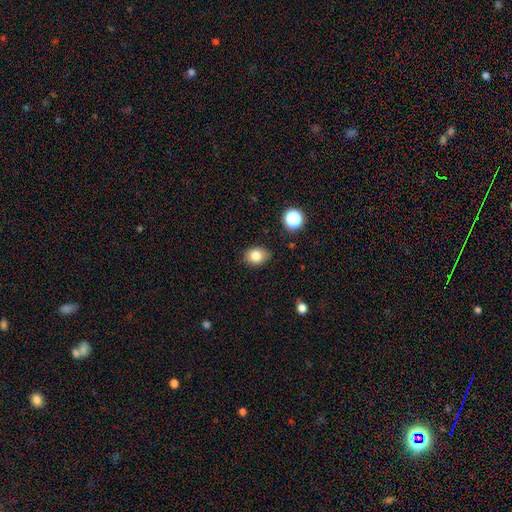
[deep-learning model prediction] smooth 82%, star or artifact 11%, featured or disk 7%. Down the decision tree: how rounded — in between (60%); merging — none (84%).